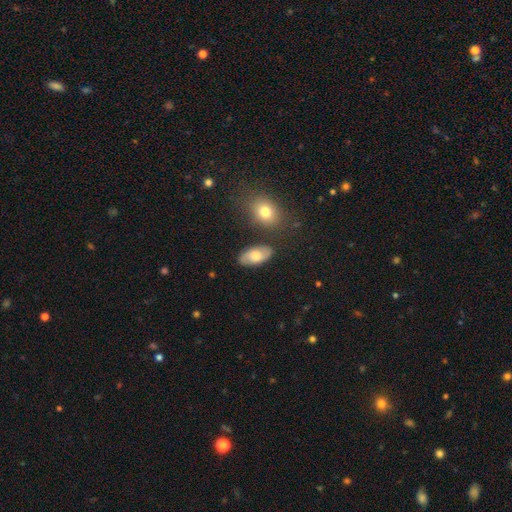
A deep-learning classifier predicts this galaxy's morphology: smooth-or-featured: smooth: 56% | featured or disk: 36% | star or artifact: 7%
  how-rounded: in between: 92% | round: 5% | cigar-shaped: 4%
  merging: none: 80% | minor disturbance: 12% | merger: 5% | major disturbance: 3%